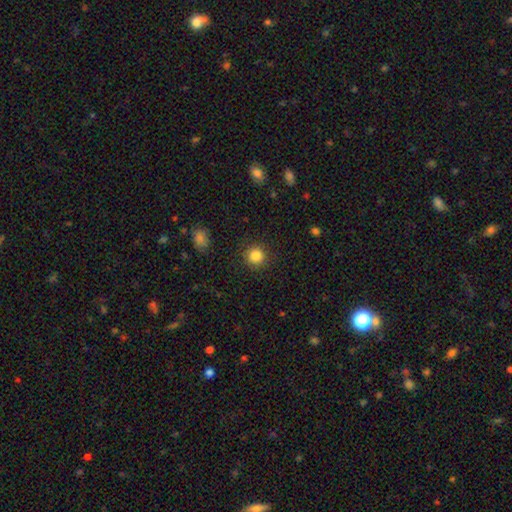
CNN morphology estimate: Overall: smooth (85%). How rounded: round (94%). Merging: none (90%).